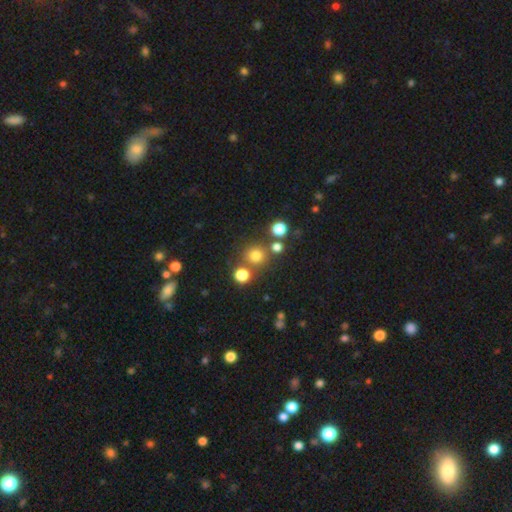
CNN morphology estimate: Smooth or featured? Predicted: smooth (p=0.75). How rounded? Predicted: round (p=0.91). Merging? Predicted: none (p=0.73).